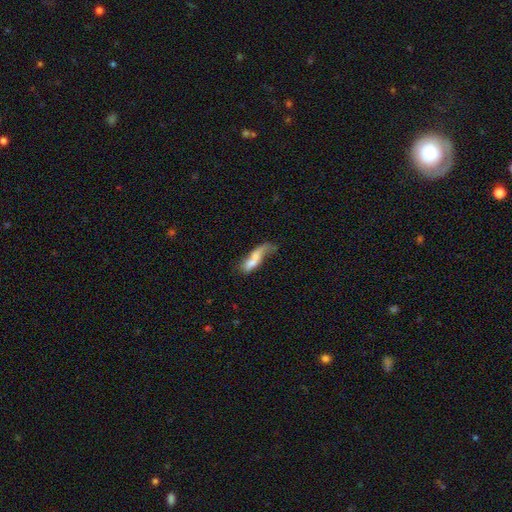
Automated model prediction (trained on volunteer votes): Morphology: type=smooth (57%); roundness=in between (51%); merging=merger (45%).